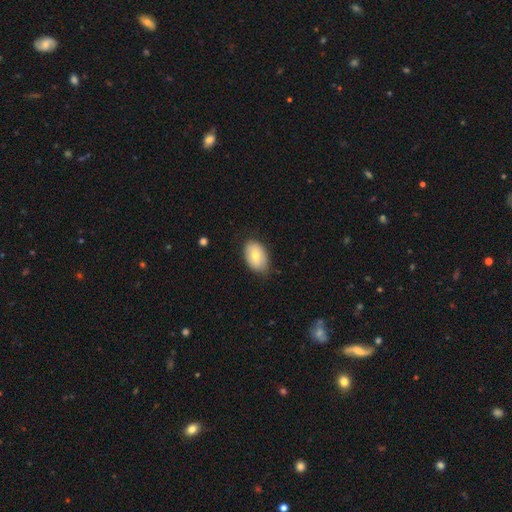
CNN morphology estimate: Smooth or featured?
  - smooth: 70% *
  - featured or disk: 23%
  - star or artifact: 7%
How rounded?
  - in between: 88% *
  - round: 11%
  - cigar-shaped: 1%
Merging?
  - none: 77% *
  - minor disturbance: 18%
  - major disturbance: 3%
  - merger: 1%